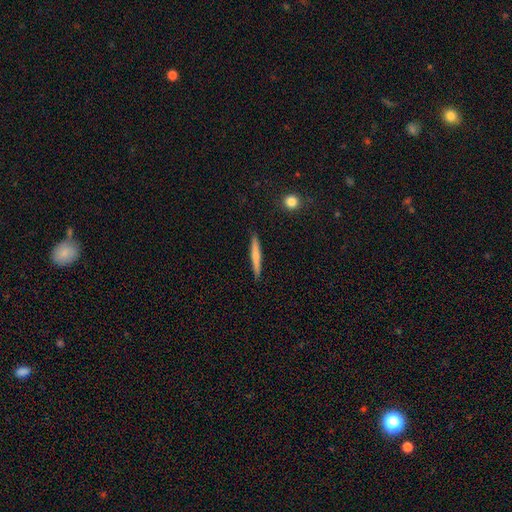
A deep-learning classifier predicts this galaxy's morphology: Smooth or featured? Predicted: smooth (p=0.59). How rounded? Predicted: cigar-shaped (p=0.95). Merging? Predicted: none (p=0.90).